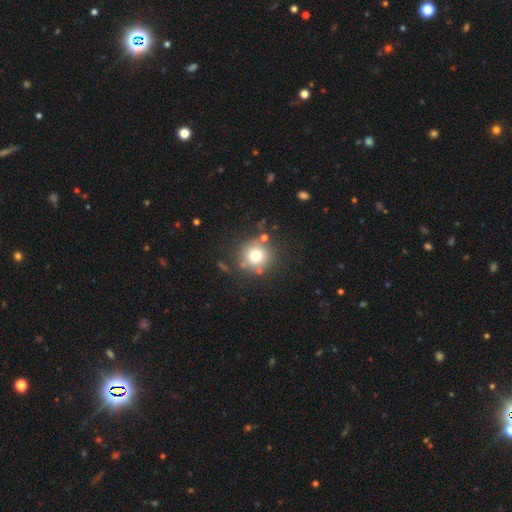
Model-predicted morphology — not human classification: Smooth or featured? smooth (72%)
How rounded? round (94%)
Merging? none (79%)